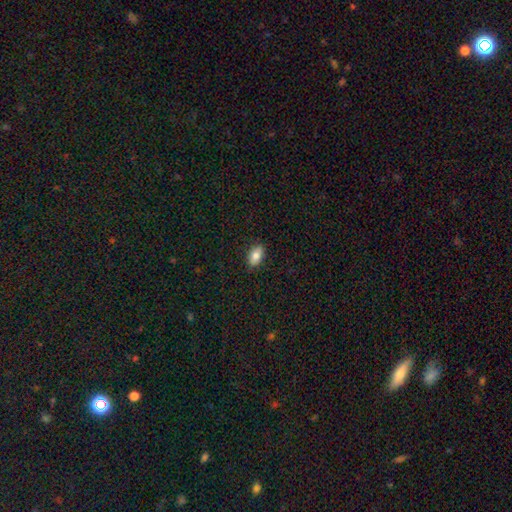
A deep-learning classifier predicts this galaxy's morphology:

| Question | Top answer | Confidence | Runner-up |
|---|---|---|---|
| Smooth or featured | smooth | 81% | featured or disk (12%) |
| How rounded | in between | 90% | round (6%) |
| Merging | none | 89% | minor disturbance (9%) |